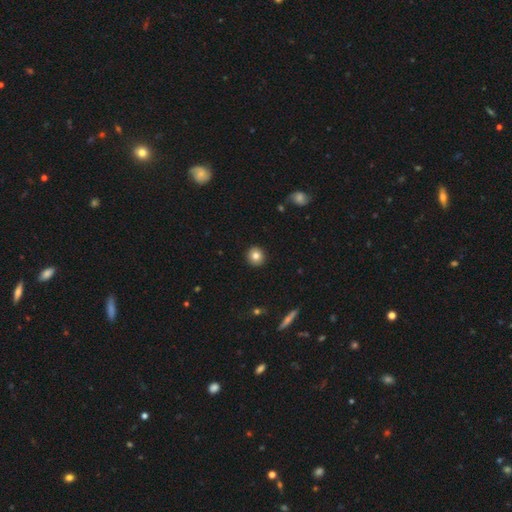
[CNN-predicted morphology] This appears to be a smooth galaxy with no disk features (82%) that is round (92%). Merging: none (93%).